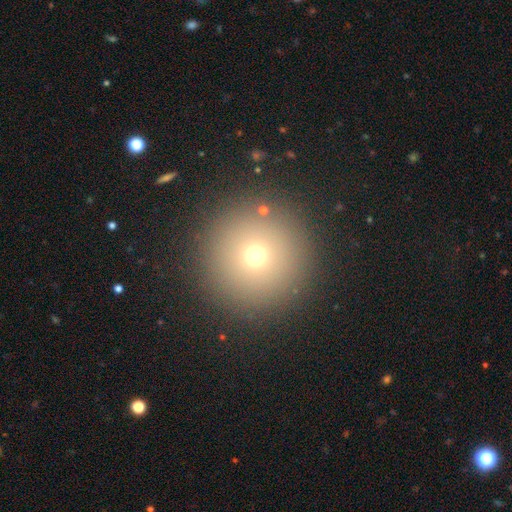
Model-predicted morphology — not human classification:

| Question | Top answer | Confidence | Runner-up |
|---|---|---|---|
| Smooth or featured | smooth | 69% | star or artifact (20%) |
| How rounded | round | 96% | in between (3%) |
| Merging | none | 90% | minor disturbance (5%) |